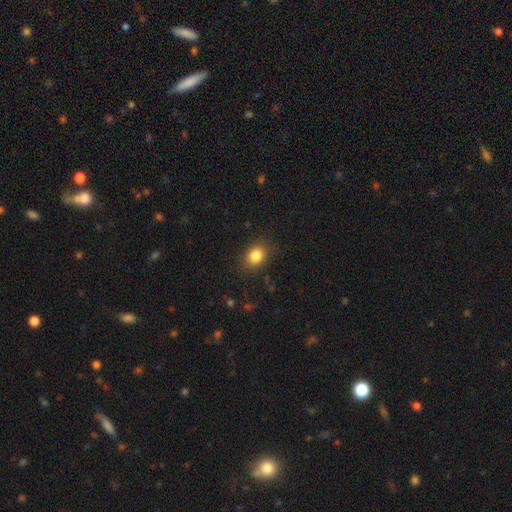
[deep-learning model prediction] Q: Smooth or featured?
A: smooth (84%); runner-up: star or artifact (10%)
Q: How rounded?
A: in between (55%); runner-up: round (44%)
Q: Merging?
A: none (83%); runner-up: minor disturbance (12%)